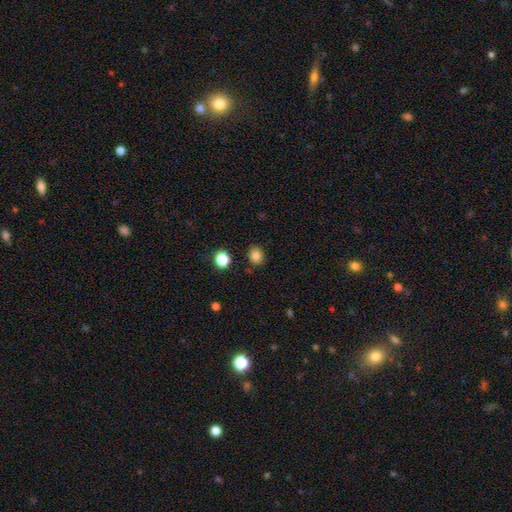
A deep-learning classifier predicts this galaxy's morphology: A smooth galaxy with no disk features (82%) that is round (69%). Merging: none (86%).